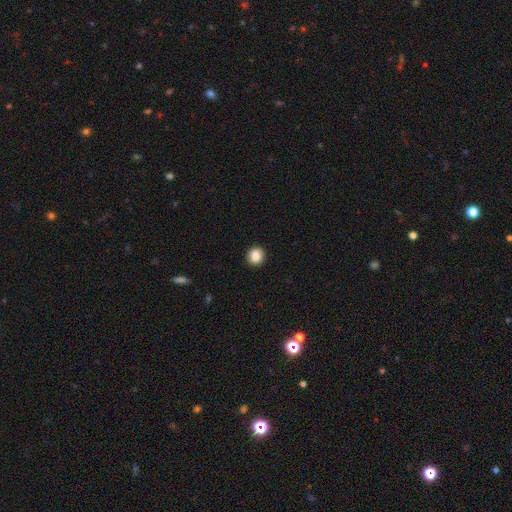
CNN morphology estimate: type=smooth (87%); roundness=round (87%); merging=none (91%).